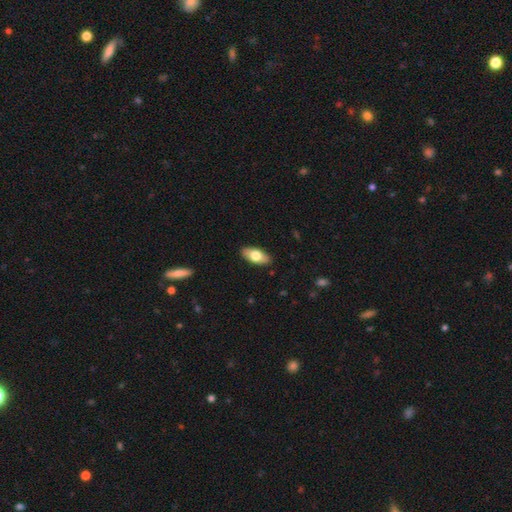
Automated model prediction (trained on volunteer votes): This appears to be a smooth galaxy with no disk features (71%) that is in between round and cigar-shaped (89%). Merging: none (89%).